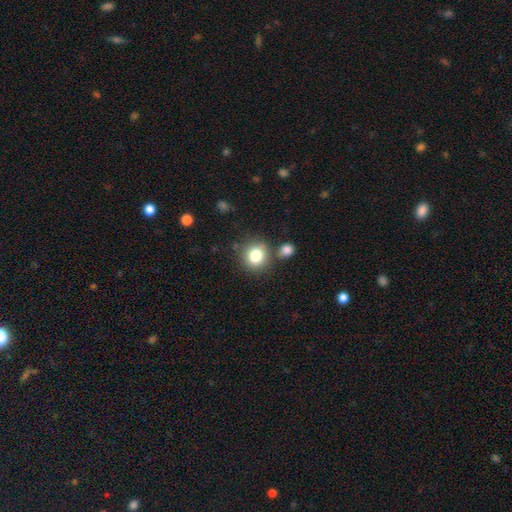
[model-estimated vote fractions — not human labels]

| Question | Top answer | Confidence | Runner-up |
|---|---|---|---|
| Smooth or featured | smooth | 81% | star or artifact (10%) |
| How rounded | round | 85% | in between (15%) |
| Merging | none | 76% | merger (11%) |